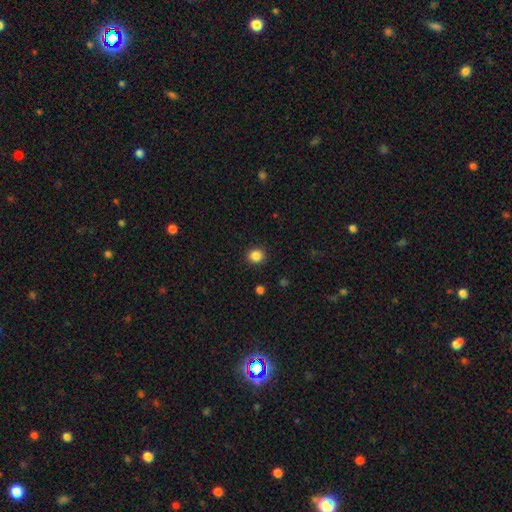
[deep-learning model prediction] Overall: smooth (85%). How rounded: round (87%). Merging: none (91%).